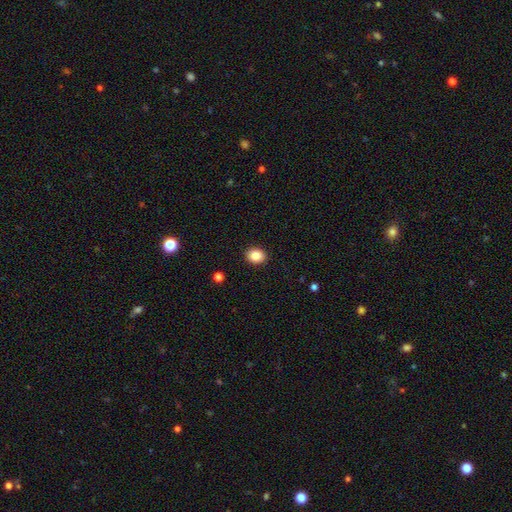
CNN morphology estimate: Smooth or featured: smooth — 86% (star or artifact — 9%)
How rounded: round — 51% (in between — 48%)
Merging: none — 91% (minor disturbance — 6%)